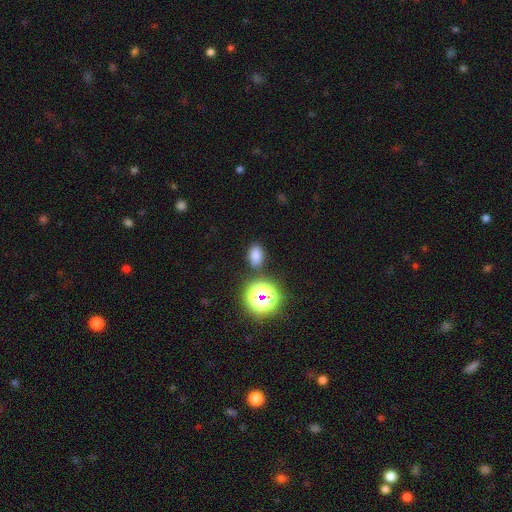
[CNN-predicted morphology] type=smooth (73%); roundness=in between (75%); merging=none (81%).